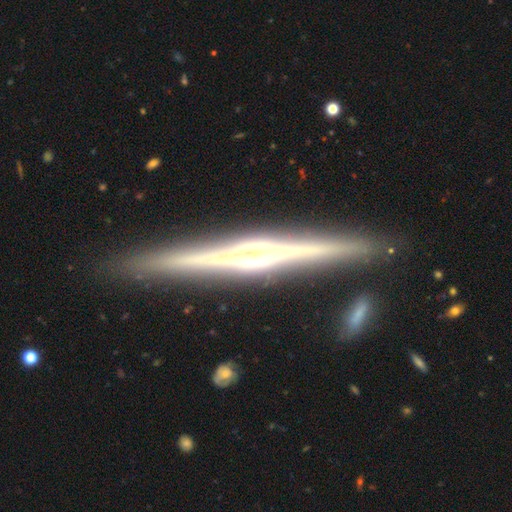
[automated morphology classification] featured or disk 86%, smooth 8%, star or artifact 6%. Down the decision tree: edge-on disk — yes (98%); edge-on bulge — rounded (58%); merging — none (90%).